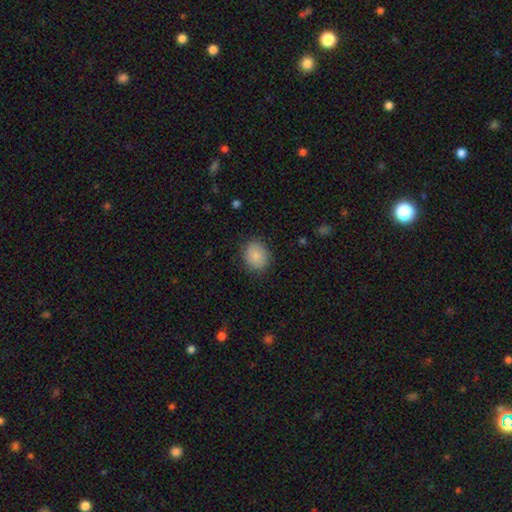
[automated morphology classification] smooth 87%, star or artifact 8%, featured or disk 5%. Down the decision tree: how rounded — round (68%); merging — none (85%).